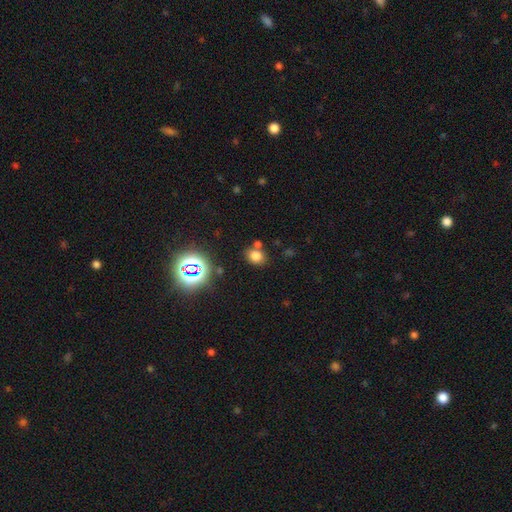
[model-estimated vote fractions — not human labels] A smooth galaxy with no disk features (74%) that is round (62%). Merging: none (70%).